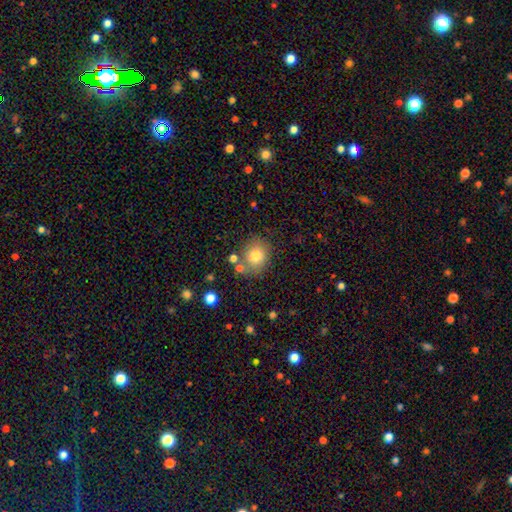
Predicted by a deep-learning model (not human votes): smooth-or-featured: smooth: 77% | featured or disk: 12% | star or artifact: 11%
  how-rounded: round: 75% | in between: 24% | cigar-shaped: 1%
  merging: none: 71% | minor disturbance: 14% | merger: 10% | major disturbance: 5%